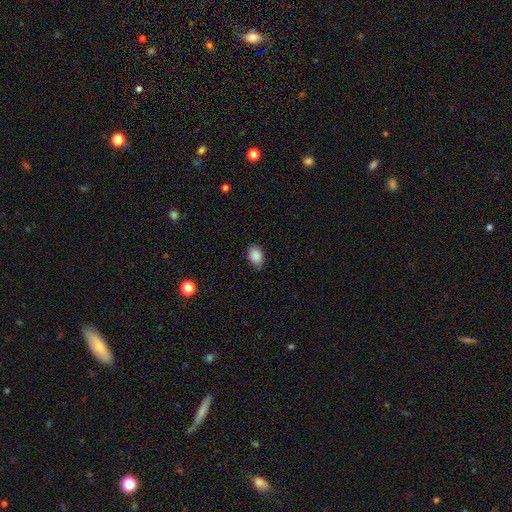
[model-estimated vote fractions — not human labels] Smooth or featured? smooth (88%)
How rounded? in between (76%)
Merging? none (81%)